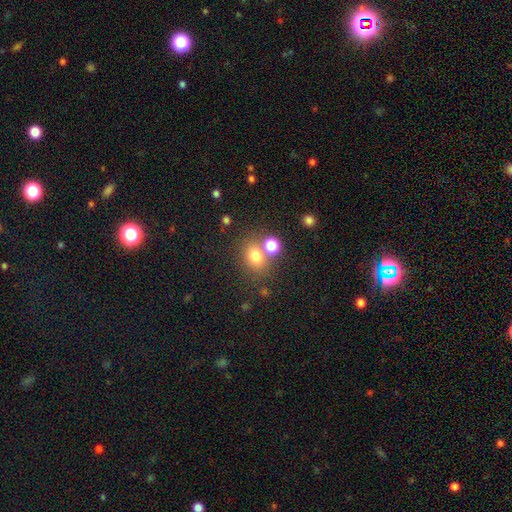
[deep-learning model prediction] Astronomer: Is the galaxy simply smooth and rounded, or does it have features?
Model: smooth — 75%.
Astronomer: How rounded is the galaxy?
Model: round — 58% (runner-up: in between, 41%).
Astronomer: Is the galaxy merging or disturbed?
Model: none — 62%.